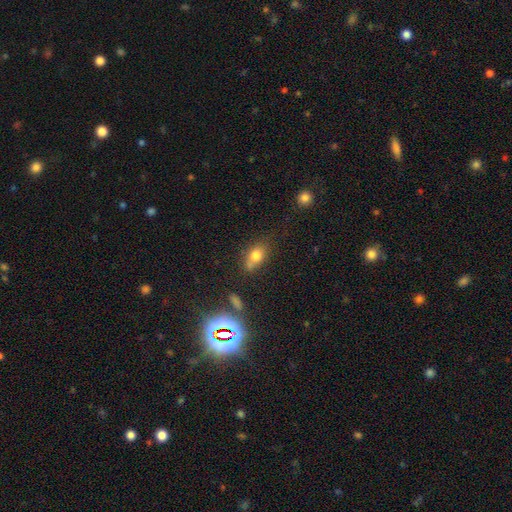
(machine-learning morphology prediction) A smooth galaxy with no disk features (75%) that is in between round and cigar-shaped (72%). Merging: none (54%).